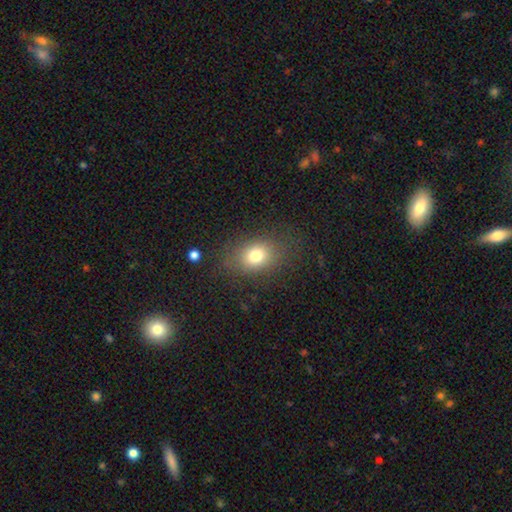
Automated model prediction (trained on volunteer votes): Smooth or featured?
  - smooth: 77% *
  - star or artifact: 13%
  - featured or disk: 11%
How rounded?
  - in between: 59% *
  - round: 40%
  - cigar-shaped: 1%
Merging?
  - none: 80% *
  - minor disturbance: 12%
  - major disturbance: 7%
  - merger: 1%